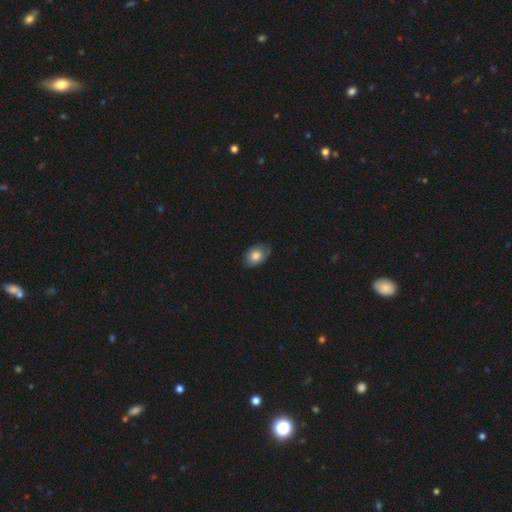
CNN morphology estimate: This is likely a smooth galaxy (79%). How rounded: clearly in between (84%). Merging: likely none (79%).